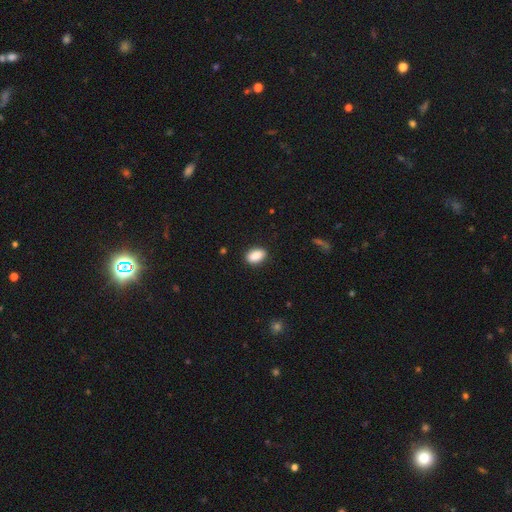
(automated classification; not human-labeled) Q: Smooth or featured?
A: smooth (89%); runner-up: star or artifact (7%)
Q: How rounded?
A: in between (89%); runner-up: round (9%)
Q: Merging?
A: none (87%); runner-up: minor disturbance (10%)